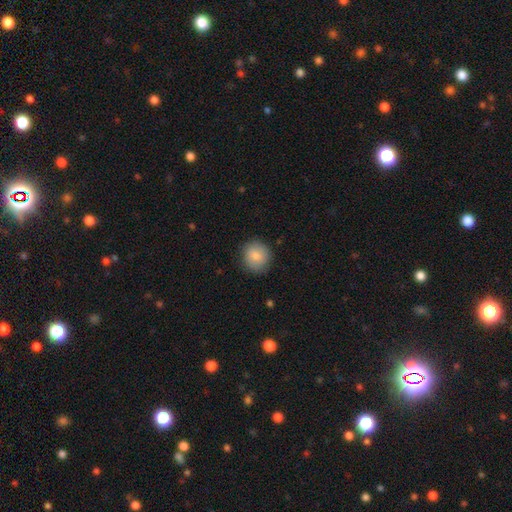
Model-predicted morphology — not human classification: Smooth or featured?
  - smooth: 82% *
  - featured or disk: 10%
  - star or artifact: 8%
How rounded?
  - round: 87% *
  - in between: 12%
  - cigar-shaped: 1%
Merging?
  - none: 86% *
  - minor disturbance: 11%
  - major disturbance: 3%
  - merger: 1%